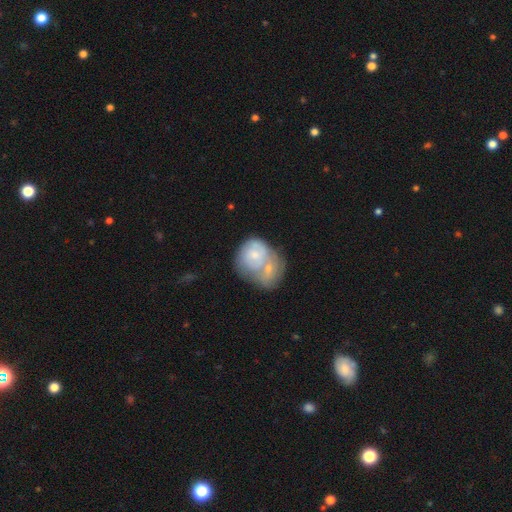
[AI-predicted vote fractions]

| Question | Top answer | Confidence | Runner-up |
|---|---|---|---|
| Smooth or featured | smooth | 50% | featured or disk (44%) |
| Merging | merger | 72% | none (14%) |